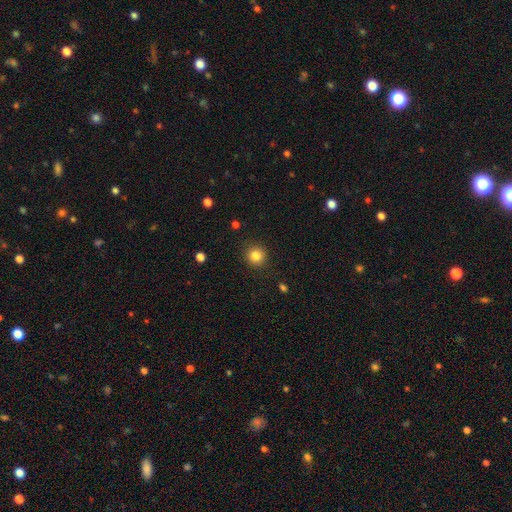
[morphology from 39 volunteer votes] Overall: smooth (92%). How rounded: round (97%). Merging: none (95%).